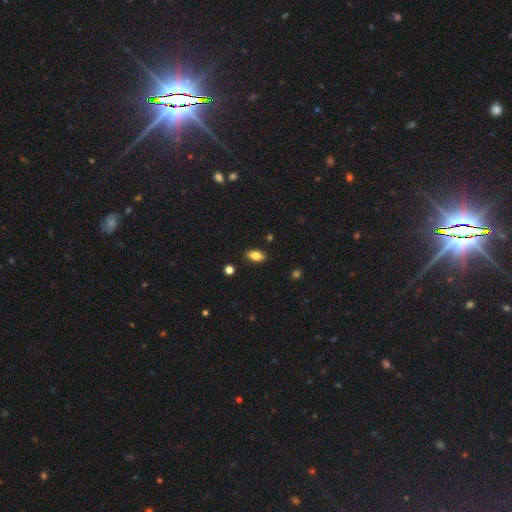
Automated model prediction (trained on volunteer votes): Smooth or featured? smooth (84%)
How rounded? in between (90%)
Merging? none (88%)